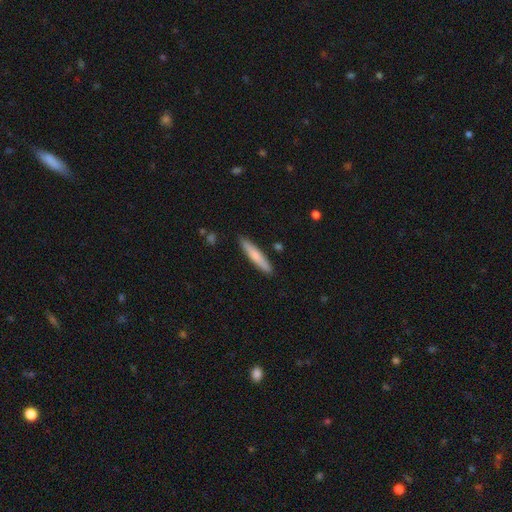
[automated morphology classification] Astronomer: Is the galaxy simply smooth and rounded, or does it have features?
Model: smooth — 70%.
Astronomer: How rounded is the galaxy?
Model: cigar-shaped — 91%.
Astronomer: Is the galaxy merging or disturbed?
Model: none — 89%.